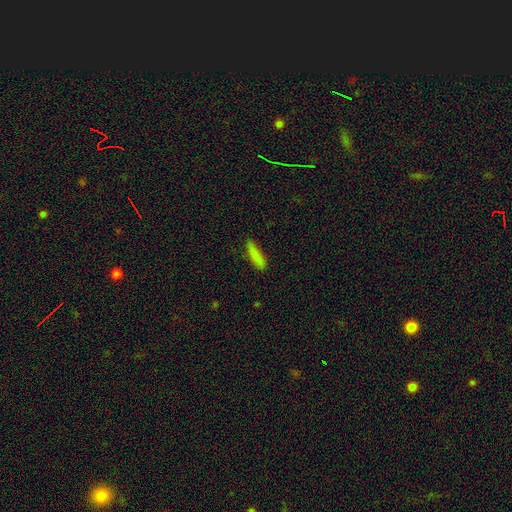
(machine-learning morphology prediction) Overall: smooth (84%). How rounded: cigar-shaped (74%). Merging: none (80%).